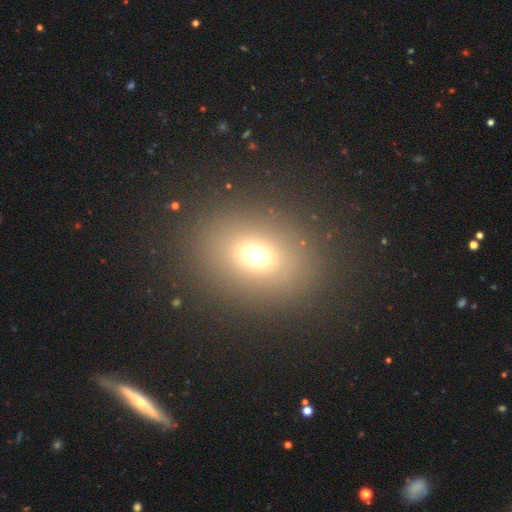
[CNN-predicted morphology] This appears to be a smooth galaxy with no disk features (69%) that is in between round and cigar-shaped (50%). Merging: none (85%).